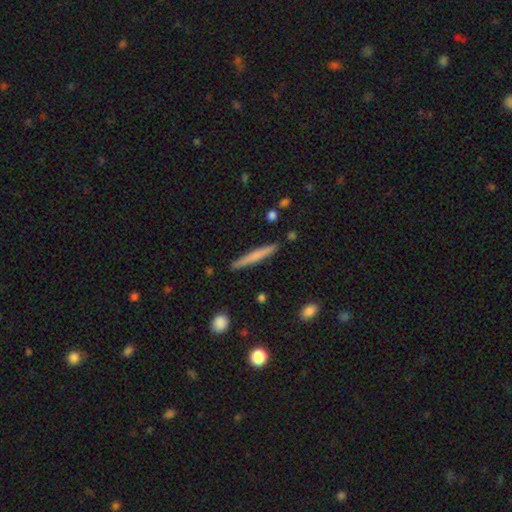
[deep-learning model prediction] Smooth or featured: smooth — 64% (featured or disk — 31%)
How rounded: cigar-shaped — 96% (in between — 3%)
Merging: none — 90% (minor disturbance — 7%)